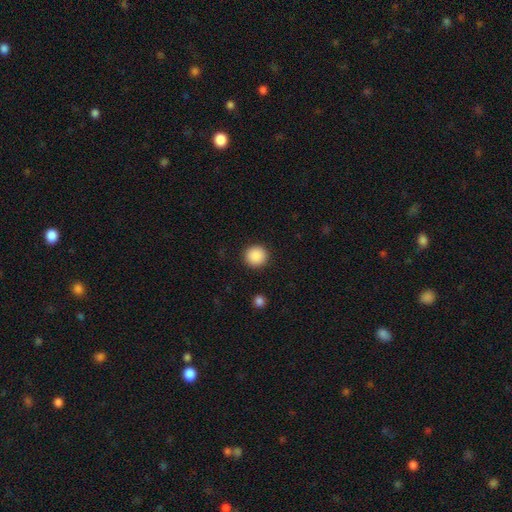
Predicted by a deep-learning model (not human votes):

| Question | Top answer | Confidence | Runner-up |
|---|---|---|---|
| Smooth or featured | smooth | 89% | star or artifact (8%) |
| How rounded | round | 95% | in between (4%) |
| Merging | none | 93% | minor disturbance (4%) |